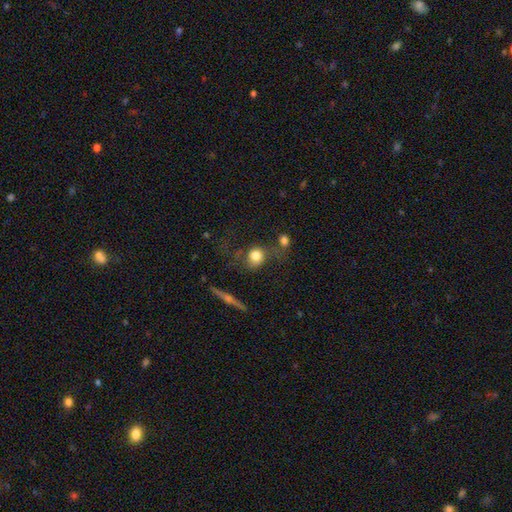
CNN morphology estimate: The model was most divided on "merging": none: 54%, minor disturbance: 19%, major disturbance: 15%, merger: 12%. More confident: how rounded — round (80%); smooth or featured — smooth (72%).